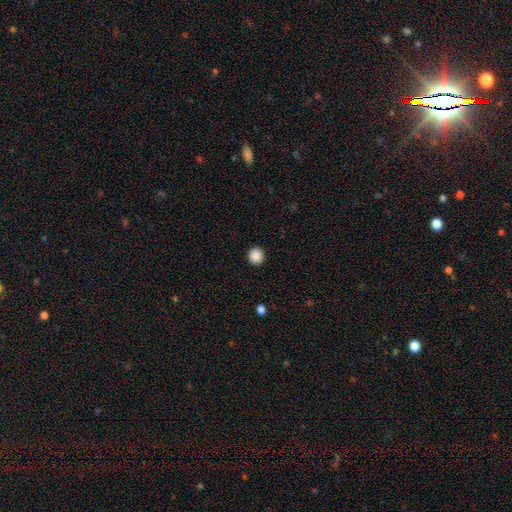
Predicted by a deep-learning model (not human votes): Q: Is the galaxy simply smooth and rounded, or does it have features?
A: smooth — 88%.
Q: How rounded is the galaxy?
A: round — 90%.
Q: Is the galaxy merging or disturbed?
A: none — 92%.